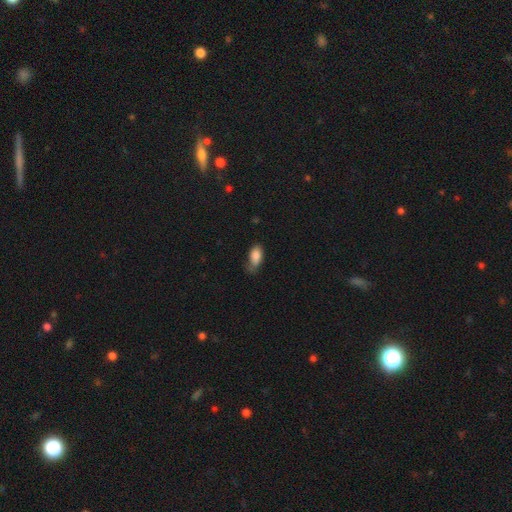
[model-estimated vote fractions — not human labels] Smooth or featured: smooth — 84% (featured or disk — 8%)
How rounded: in between — 90% (cigar-shaped — 6%)
Merging: none — 46% (minor disturbance — 39%)